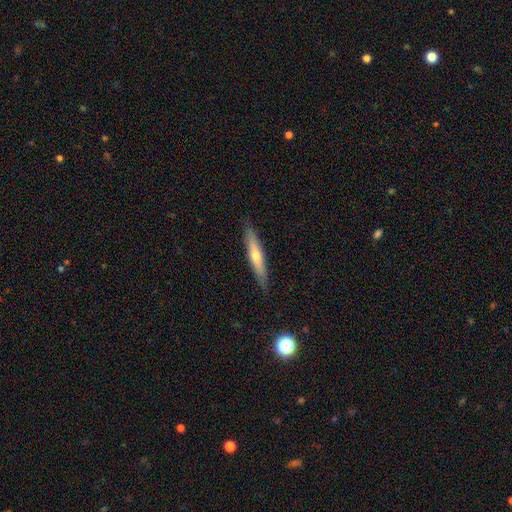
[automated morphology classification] This appears to be a featured or disk galaxy (49%). Merging: none (87%).